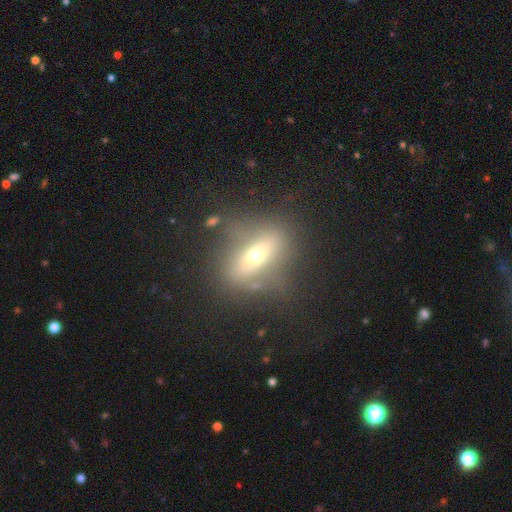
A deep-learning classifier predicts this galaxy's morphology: Smooth or featured? Predicted: featured or disk (p=0.44). Merging? Predicted: none (p=0.68).